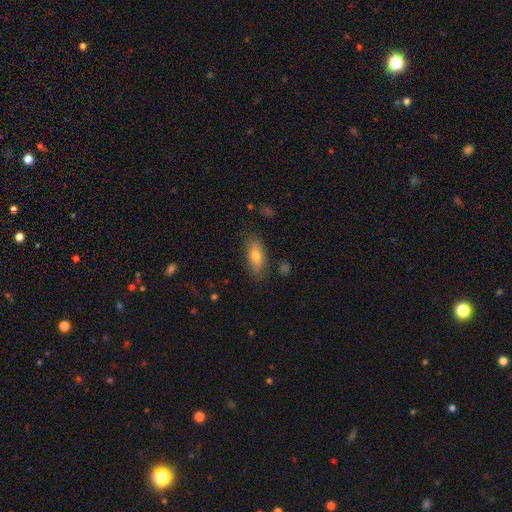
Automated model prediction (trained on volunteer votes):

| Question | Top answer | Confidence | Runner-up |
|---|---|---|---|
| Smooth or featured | smooth | 72% | featured or disk (20%) |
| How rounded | in between | 76% | cigar-shaped (20%) |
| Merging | none | 79% | minor disturbance (15%) |